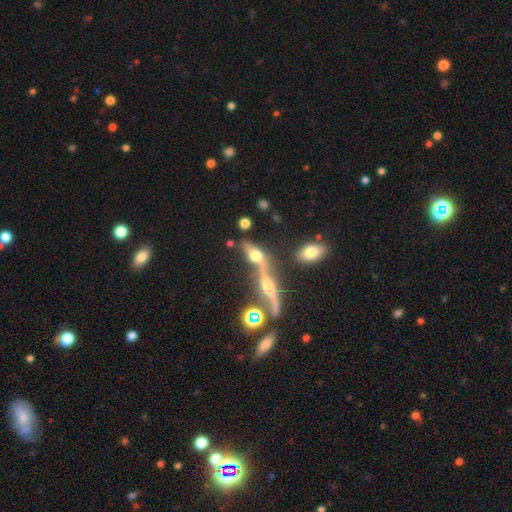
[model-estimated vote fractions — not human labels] This is marginally a smooth galaxy (43%, tied with featured or disk). Merging: marginally none (44%).